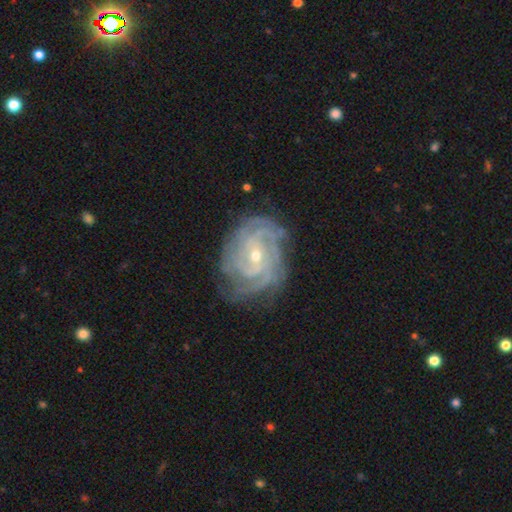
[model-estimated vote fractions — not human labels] This is clearly a featured or disk galaxy (90%). It is clearly not viewed edge-on (97%). Bar: possibly no (52%). Spiral arm pattern: clearly yes (98%). Spiral arm count: marginally 4 (25%). Spiral winding: likely tight (74%). Central bulge: likely small (62%). Merging: likely none (74%).